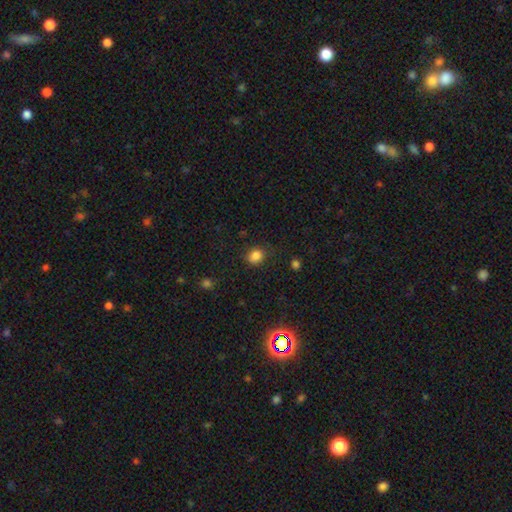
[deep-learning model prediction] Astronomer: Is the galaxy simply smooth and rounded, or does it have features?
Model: smooth — 84%.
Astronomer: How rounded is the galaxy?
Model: round — 63%.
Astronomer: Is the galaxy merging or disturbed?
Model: none — 78%.